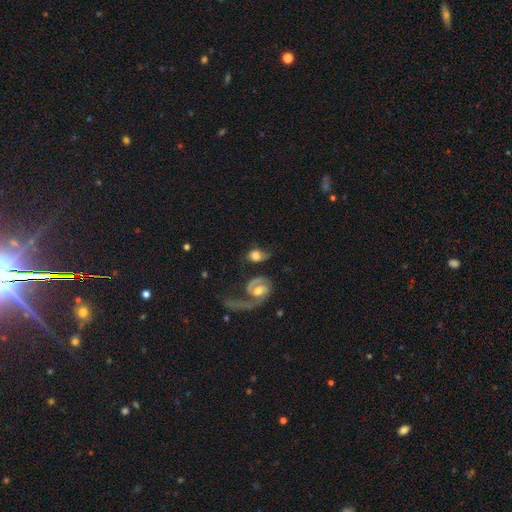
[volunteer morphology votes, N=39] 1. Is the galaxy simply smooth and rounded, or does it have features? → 49% smooth (tied), 49% featured or disk (tied), 3% star or artifact.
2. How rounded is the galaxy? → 74% in between, 26% round, 0% cigar-shaped.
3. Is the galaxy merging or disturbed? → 37% minor disturbance, 32% merger, 16% none, 16% major disturbance.